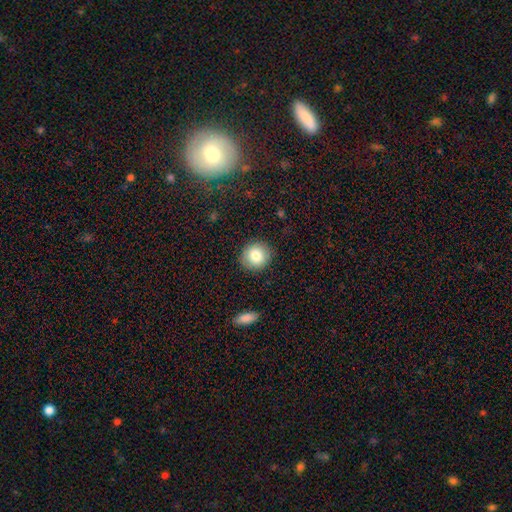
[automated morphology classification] Q: Smooth or featured?
A: smooth (81%); runner-up: featured or disk (10%)
Q: How rounded?
A: round (87%); runner-up: in between (12%)
Q: Merging?
A: none (89%); runner-up: minor disturbance (7%)